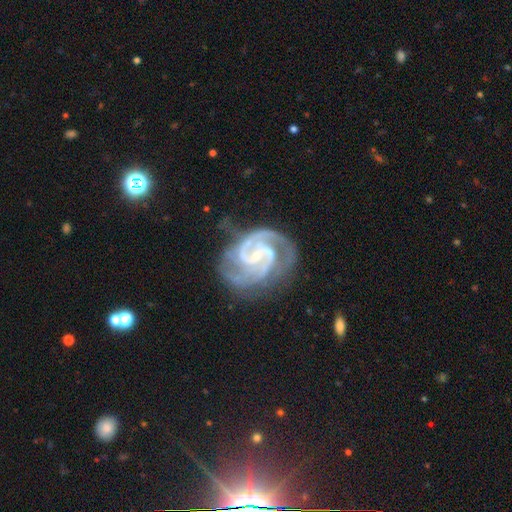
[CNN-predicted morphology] Overall: featured or disk (93%). Edge-on disk: no (98%). Bar: weak (49%; no 29%). Spiral arms: yes (99%). Spiral arm count: 2 (55%; 3 27%). Spiral winding: tight (47%, tied with medium). Bulge size: small (69%). Merging: none (64%).